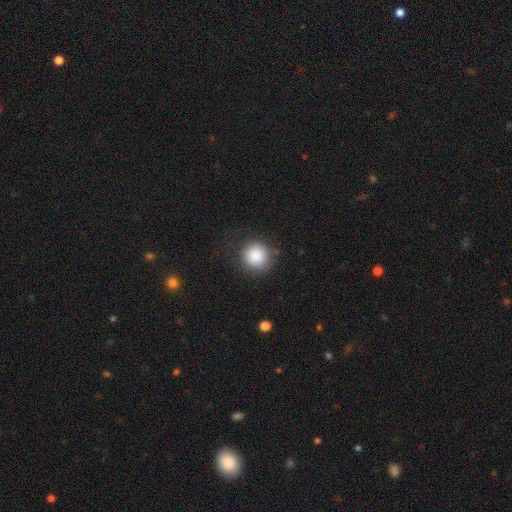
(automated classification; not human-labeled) This is clearly a smooth galaxy (84%). How rounded: clearly round (93%). Merging: clearly none (81%).